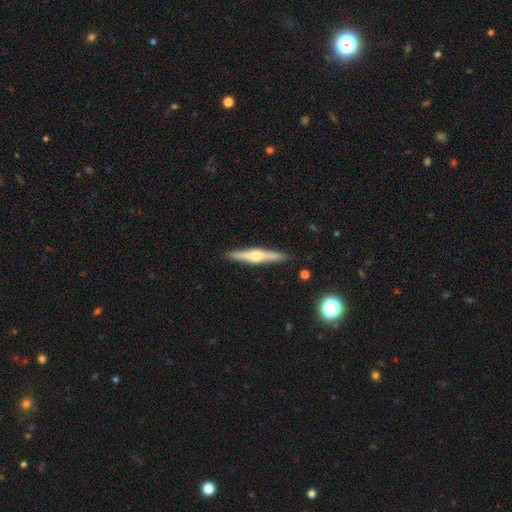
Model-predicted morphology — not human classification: This is likely a featured or disk galaxy (74%). It is clearly viewed edge-on (98%). Edge-on bulge: clearly rounded (91%). Merging: clearly none (91%).